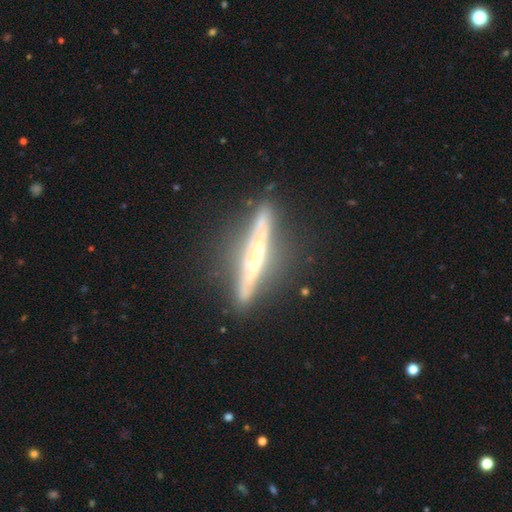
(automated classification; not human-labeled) A featured or disk galaxy (76%) viewed edge-on (95%) with no central bulge (51%). Merging: none (82%).